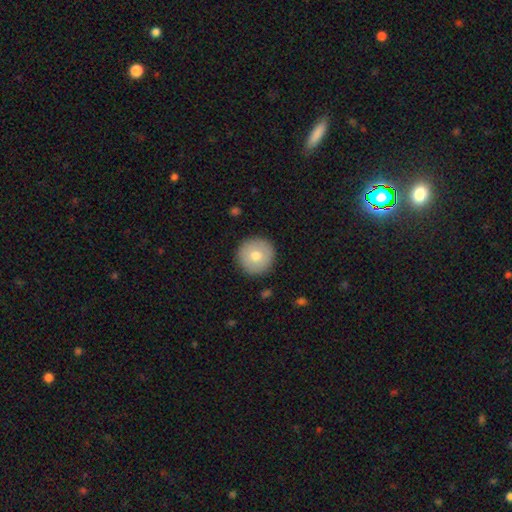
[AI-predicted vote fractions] Q: Smooth or featured?
A: smooth (74%); runner-up: featured or disk (18%)
Q: How rounded?
A: round (96%); runner-up: in between (3%)
Q: Merging?
A: none (92%); runner-up: minor disturbance (6%)